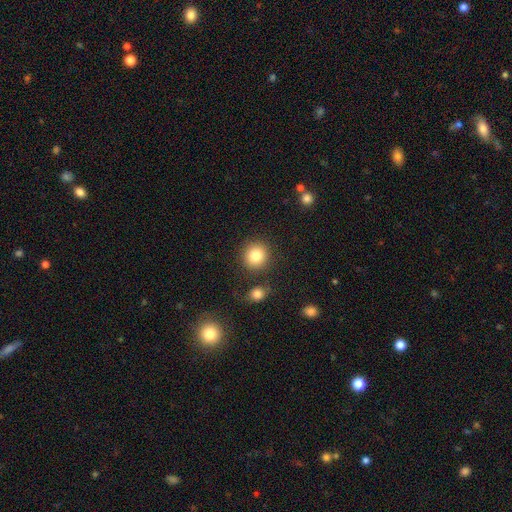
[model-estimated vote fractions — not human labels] The model was most divided on "smooth or featured": smooth: 83%, star or artifact: 10%, featured or disk: 7%. More confident: how rounded — round (92%); merging — none (86%).